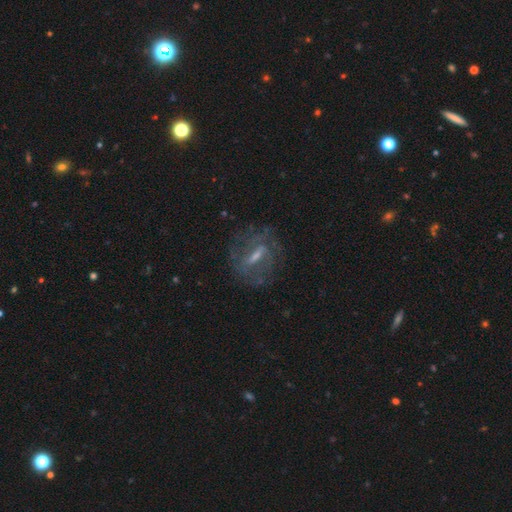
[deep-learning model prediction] Overall: featured or disk (69%). Edge-on disk: no (84%). Bar: strong (44%; weak 41%). Spiral arms: yes (66%; no 34%). Bulge size: small (42%; moderate 36%). Merging: none (70%).